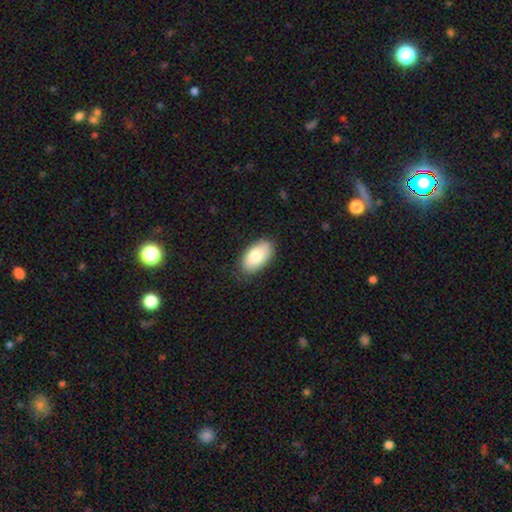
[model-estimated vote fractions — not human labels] This is clearly a smooth galaxy (81%). How rounded: clearly in between (94%). Merging: clearly none (83%).